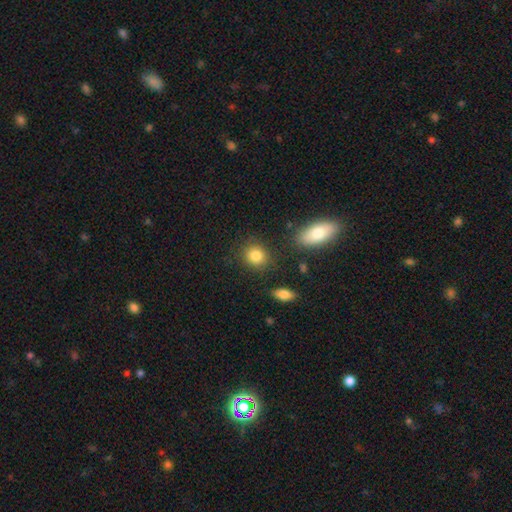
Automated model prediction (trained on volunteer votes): Morphology: type=smooth (85%); roundness=round (73%); merging=none (83%).